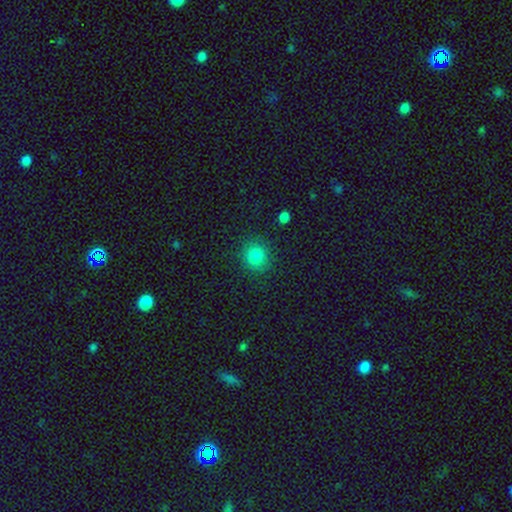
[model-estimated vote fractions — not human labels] Q: Smooth or featured?
A: smooth (81%); runner-up: star or artifact (14%)
Q: How rounded?
A: round (83%); runner-up: in between (16%)
Q: Merging?
A: none (86%); runner-up: minor disturbance (9%)